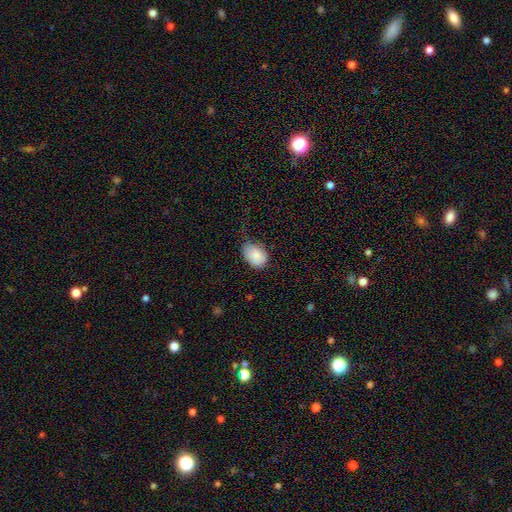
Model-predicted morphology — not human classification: Smooth or featured?
  - smooth: 86% *
  - featured or disk: 8%
  - star or artifact: 7%
How rounded?
  - in between: 74% *
  - round: 25%
  - cigar-shaped: 1%
Merging?
  - minor disturbance: 45% *
  - none: 34%
  - major disturbance: 18%
  - merger: 2%